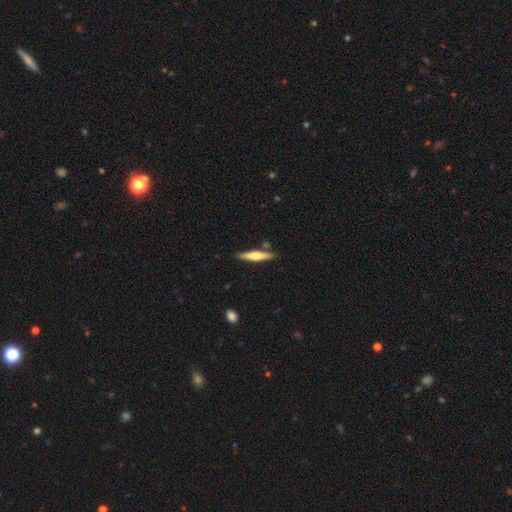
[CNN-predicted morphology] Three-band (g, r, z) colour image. It shows a featured or disk galaxy (50%). Merging: none (84%).